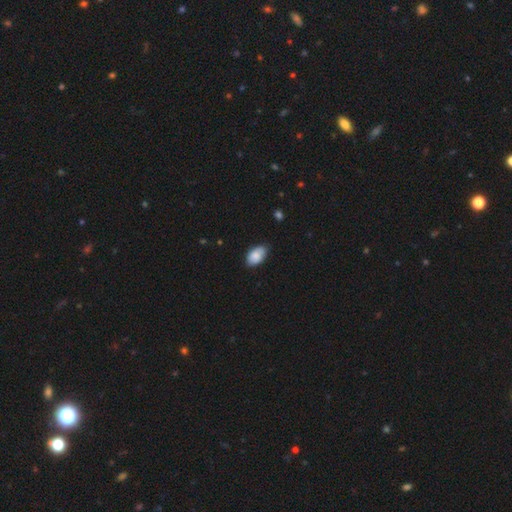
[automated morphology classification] Smooth or featured: smooth — 83% (featured or disk — 11%)
How rounded: in between — 93% (round — 6%)
Merging: none — 73% (minor disturbance — 23%)